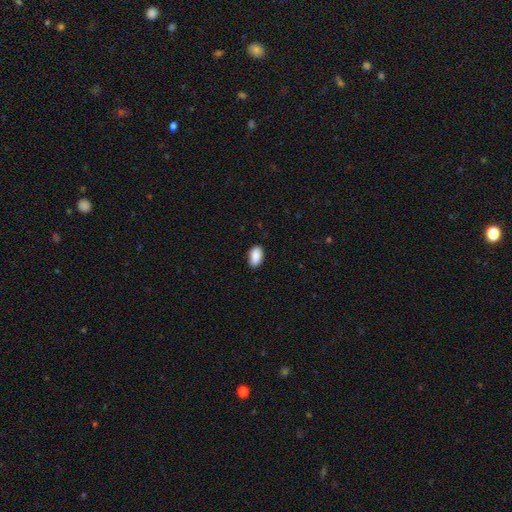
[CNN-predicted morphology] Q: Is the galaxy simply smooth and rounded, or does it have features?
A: smooth — 90%.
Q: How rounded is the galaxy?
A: in between — 93%.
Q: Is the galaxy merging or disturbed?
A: none — 86%.